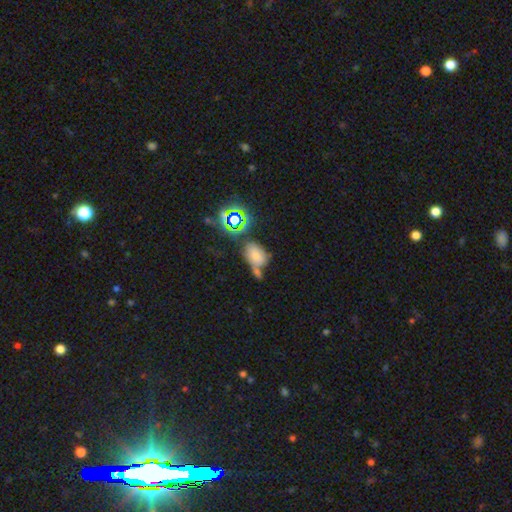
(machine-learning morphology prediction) Smooth or featured? Predicted: smooth (p=0.62). How rounded? Predicted: in between (p=0.82). Merging? Predicted: none (p=0.42).